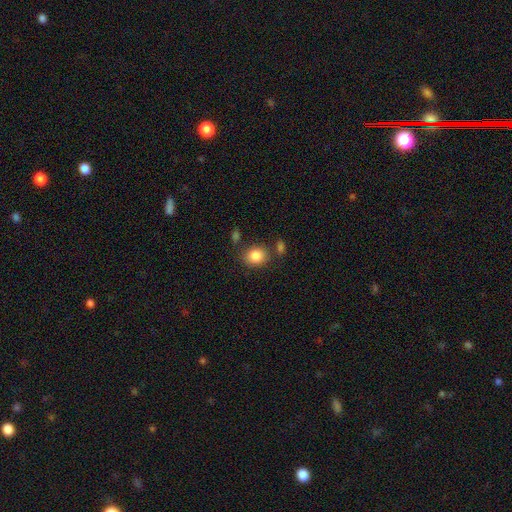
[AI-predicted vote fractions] The model was most divided on "how rounded": round: 61%, in between: 38%, cigar-shaped: 1%. More confident: smooth or featured — smooth (85%); merging — none (74%).